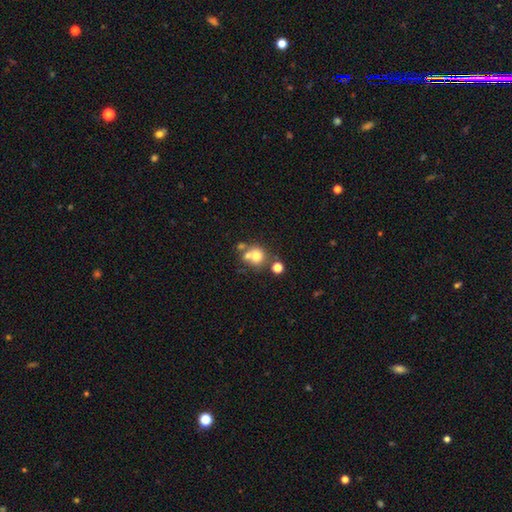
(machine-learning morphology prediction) Smooth or featured? Predicted: smooth (p=0.70). How rounded? Predicted: round (p=0.81). Merging? Predicted: none (p=0.48).